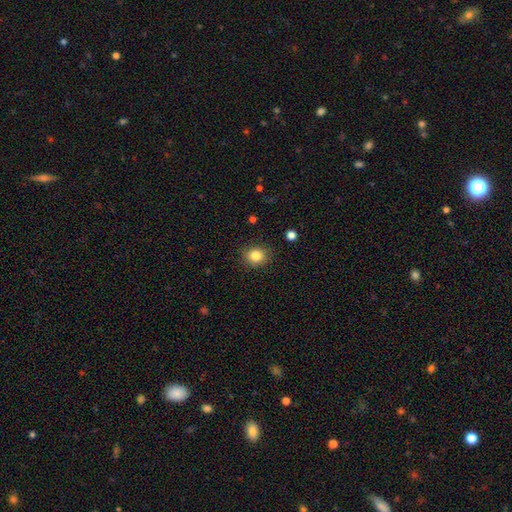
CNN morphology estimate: Smooth or featured? smooth (84%)
How rounded? round (72%)
Merging? none (85%)